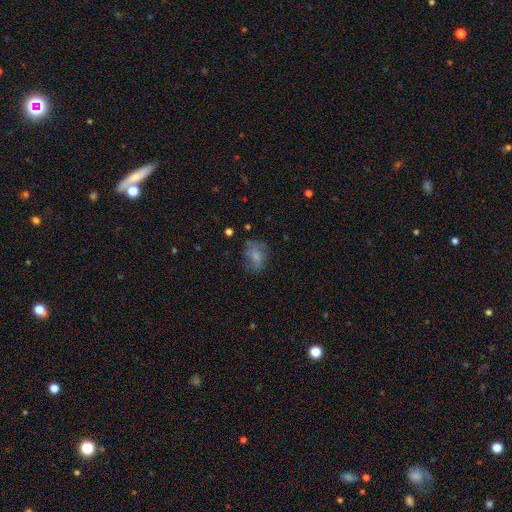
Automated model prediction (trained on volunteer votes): Q: Smooth or featured?
A: smooth (70%); runner-up: featured or disk (20%)
Q: How rounded?
A: in between (62%); runner-up: round (37%)
Q: Merging?
A: none (64%); runner-up: minor disturbance (22%)